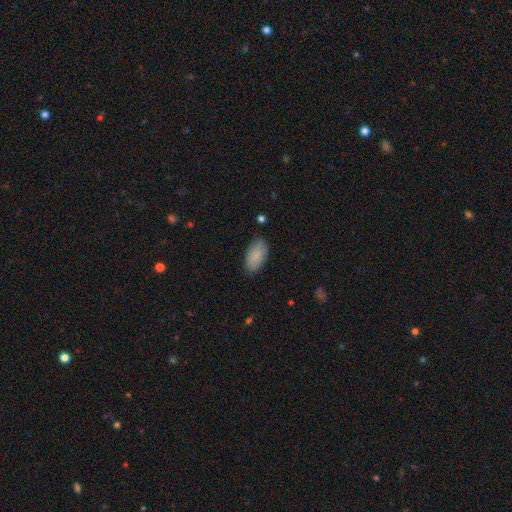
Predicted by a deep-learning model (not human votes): Smooth or featured? Predicted: smooth (p=0.87). How rounded? Predicted: in between (p=0.94). Merging? Predicted: none (p=0.84).